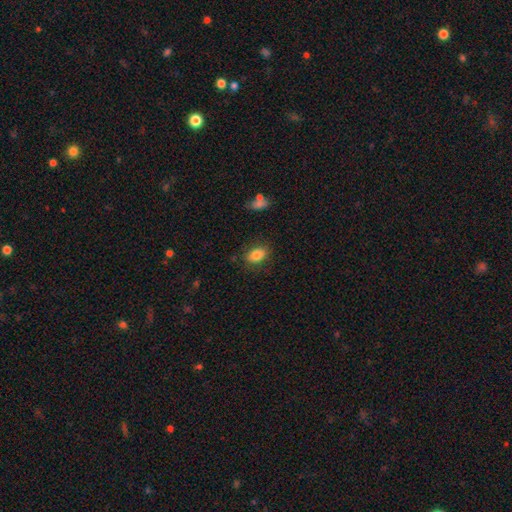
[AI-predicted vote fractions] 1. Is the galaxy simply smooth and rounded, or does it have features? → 83% smooth, 8% star or artifact, 8% featured or disk.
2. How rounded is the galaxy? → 85% in between, 13% round, 2% cigar-shaped.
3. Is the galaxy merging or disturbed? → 82% none, 13% minor disturbance, 3% major disturbance, 2% merger.